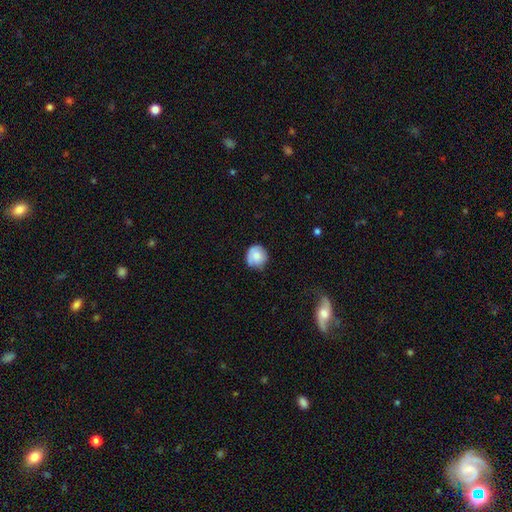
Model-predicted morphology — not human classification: smooth-or-featured: smooth: 80% | featured or disk: 13% | star or artifact: 8%
  how-rounded: round: 91% | in between: 9% | cigar-shaped: 1%
  merging: none: 70% | minor disturbance: 24% | major disturbance: 4% | merger: 2%